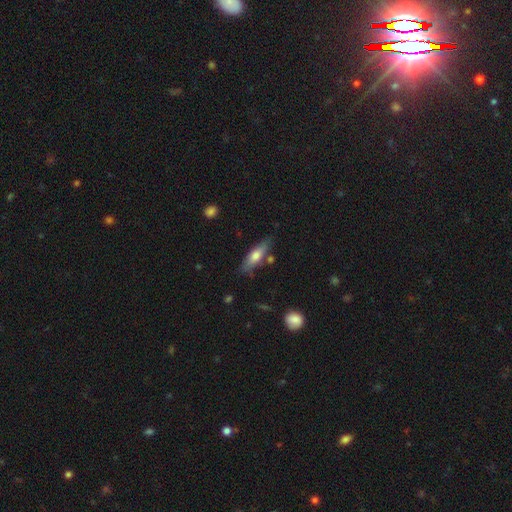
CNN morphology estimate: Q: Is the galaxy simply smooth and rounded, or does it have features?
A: smooth — 61%.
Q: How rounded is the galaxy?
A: cigar-shaped — 51%.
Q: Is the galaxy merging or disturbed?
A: none — 74%.